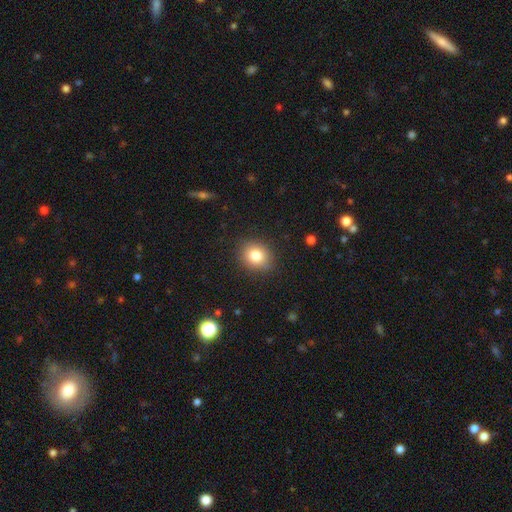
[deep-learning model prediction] Smooth or featured? Predicted: smooth (p=0.81). How rounded? Predicted: round (p=0.70). Merging? Predicted: none (p=0.87).